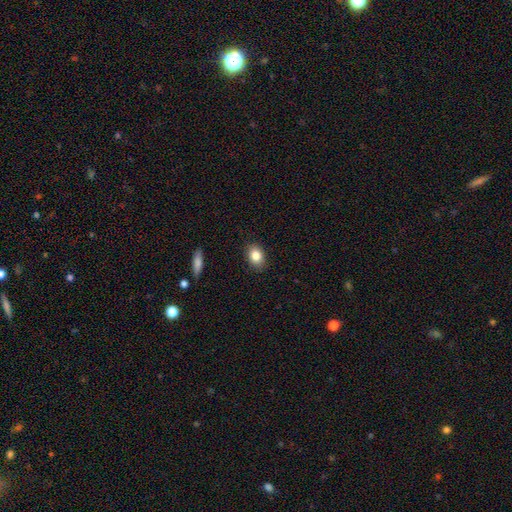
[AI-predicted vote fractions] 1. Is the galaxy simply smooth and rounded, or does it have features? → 83% smooth, 9% star or artifact, 8% featured or disk.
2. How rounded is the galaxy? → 72% in between, 26% round, 1% cigar-shaped.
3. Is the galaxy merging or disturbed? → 88% none, 9% minor disturbance, 2% major disturbance, 1% merger.